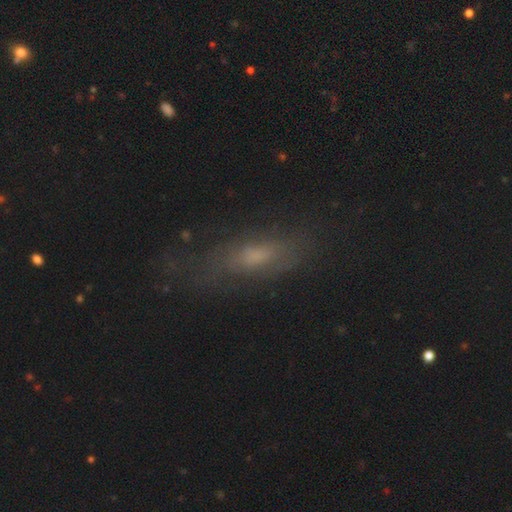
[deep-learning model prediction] This is possibly a smooth galaxy (52%). How rounded: possibly in between (52%). Merging: likely none (67%).